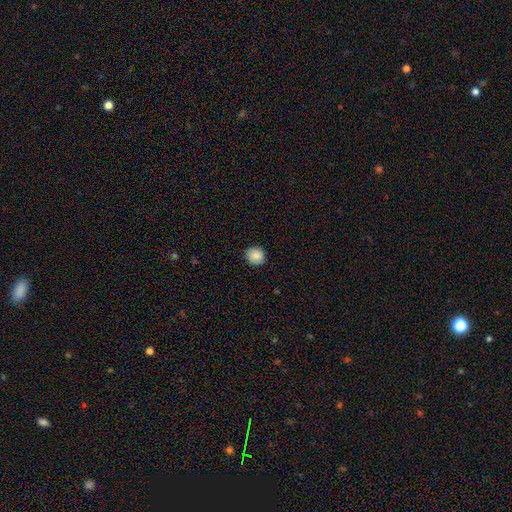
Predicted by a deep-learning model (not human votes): Smooth or featured? smooth (86%)
How rounded? round (86%)
Merging? none (90%)